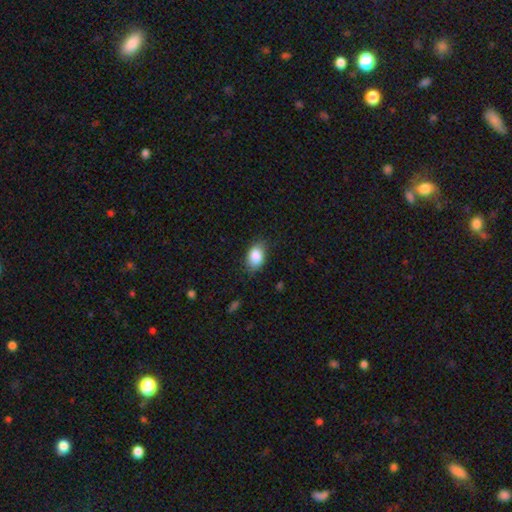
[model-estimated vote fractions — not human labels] The model was most divided on "merging": none: 75%, minor disturbance: 20%, major disturbance: 4%, merger: 1%. More confident: smooth or featured — smooth (86%); how rounded — in between (83%).